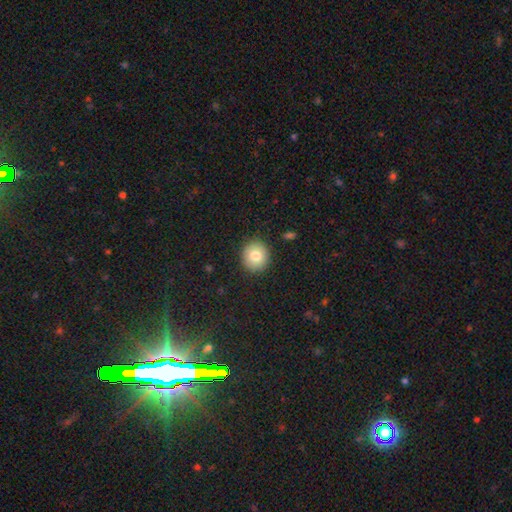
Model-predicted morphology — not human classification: Overall: smooth (80%). How rounded: round (86%). Merging: none (90%).